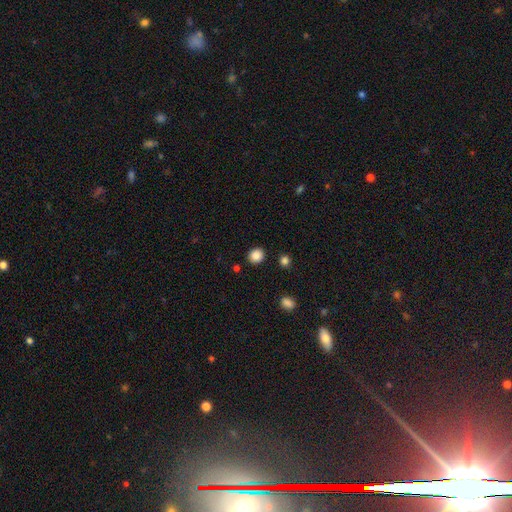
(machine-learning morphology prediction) This is clearly a smooth galaxy (86%). How rounded: likely round (75%). Merging: clearly none (89%).